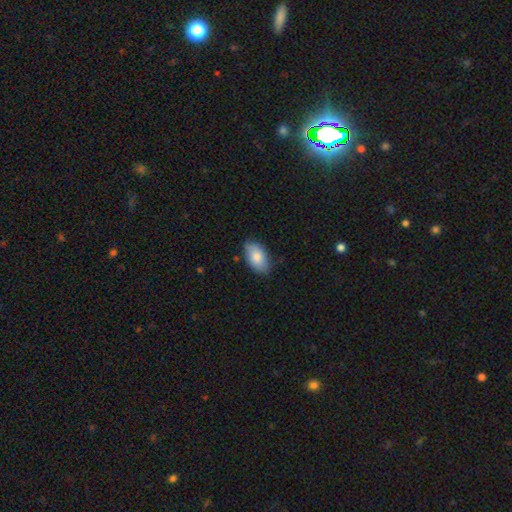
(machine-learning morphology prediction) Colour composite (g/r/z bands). It shows a smooth galaxy with no disk features (81%) that is in between round and cigar-shaped (94%). Merging: none (83%).